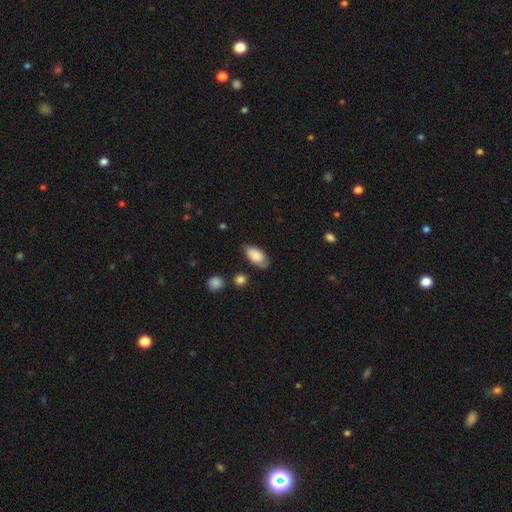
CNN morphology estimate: A smooth galaxy with no disk features (77%) that is in between round and cigar-shaped (92%).

Vote fractions:
- Smooth or featured? smooth: 77% / featured or disk: 16% / star or artifact: 7%
- How rounded? in between: 92% / cigar-shaped: 5% / round: 3%
- Merging? none: 74% / minor disturbance: 19% / major disturbance: 4% / merger: 2%